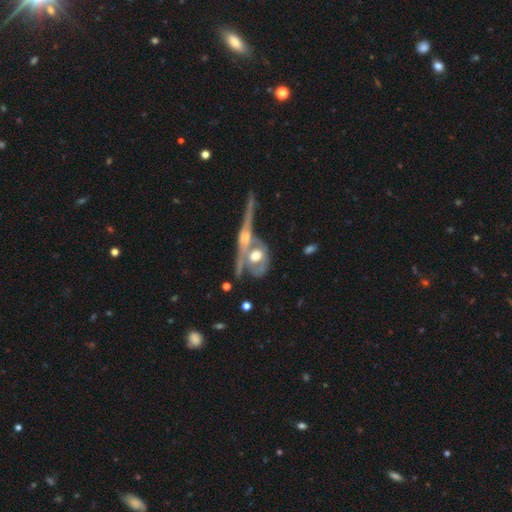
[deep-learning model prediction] This is likely a featured or disk galaxy (67%). It is likely not viewed edge-on (67%). Merging: possibly merger (54%).